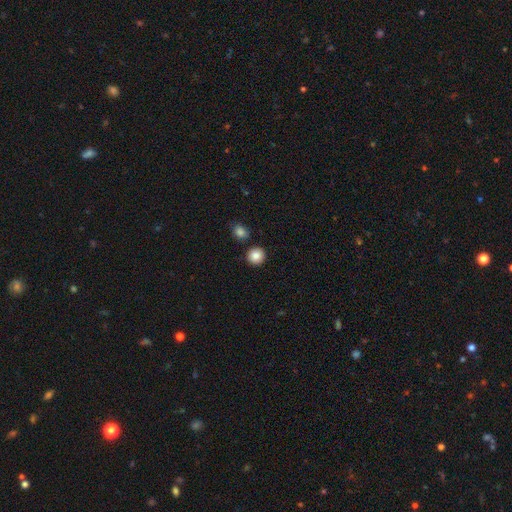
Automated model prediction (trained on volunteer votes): smooth 87%, star or artifact 9%, featured or disk 4%. Down the decision tree: how rounded — round (93%); merging — none (87%).